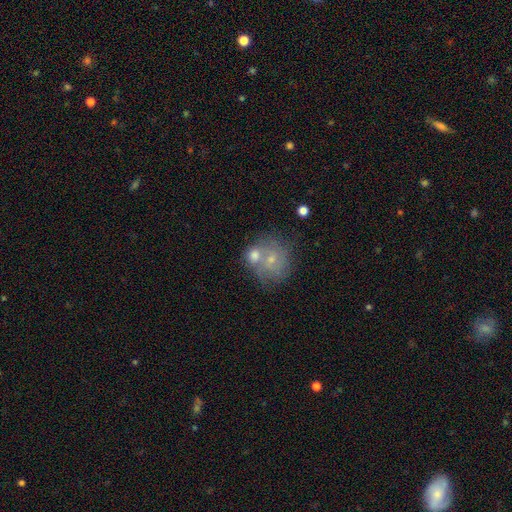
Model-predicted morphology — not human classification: A smooth galaxy with no disk features (47%).

Vote fractions:
- Smooth or featured? smooth: 47% / featured or disk: 42% / star or artifact: 11%
- Merging? merger: 42% / none: 39% / minor disturbance: 13% / major disturbance: 6%